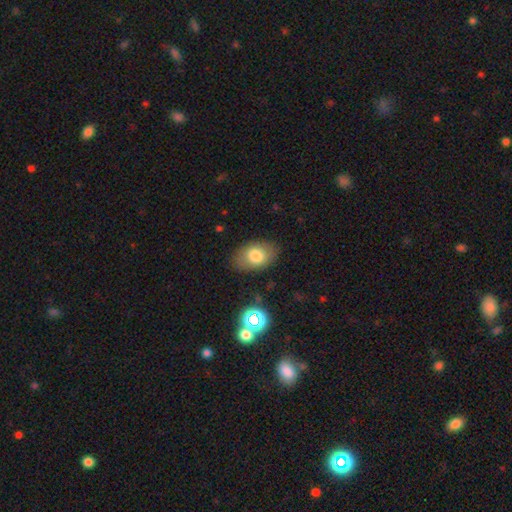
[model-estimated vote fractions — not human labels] Smooth or featured?
  - smooth: 77% *
  - featured or disk: 14%
  - star or artifact: 9%
How rounded?
  - in between: 84% *
  - round: 15%
  - cigar-shaped: 1%
Merging?
  - none: 80% *
  - minor disturbance: 14%
  - major disturbance: 4%
  - merger: 2%